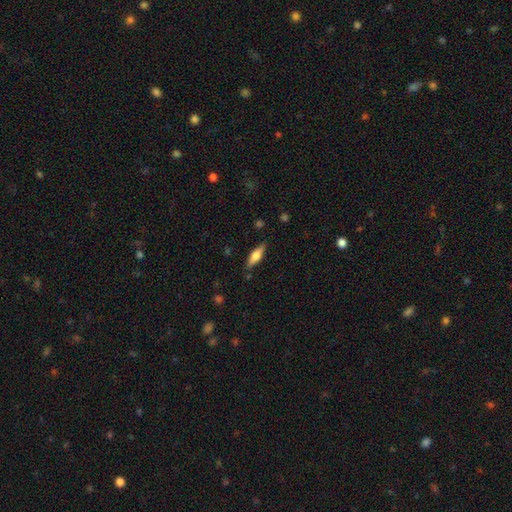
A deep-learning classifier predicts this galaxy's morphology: Smooth or featured? Predicted: smooth (p=0.59). How rounded? Predicted: cigar-shaped (p=0.49, tied with in between). Merging? Predicted: none (p=0.85).